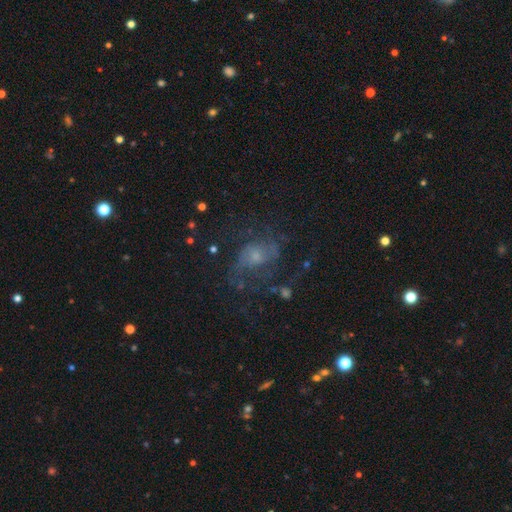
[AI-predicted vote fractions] smooth_or_featured: featured or disk (p=0.63) [alt: smooth p=0.21]
disk_edge_on: no (p=0.97) [alt: yes p=0.03]
bar: no (p=0.69) [alt: weak p=0.26]
has_spiral_arms: yes (p=0.74) [alt: no p=0.26]
bulge_size: small (p=0.51) [alt: moderate p=0.34]
merging: none (p=0.53) [alt: major disturbance p=0.25]